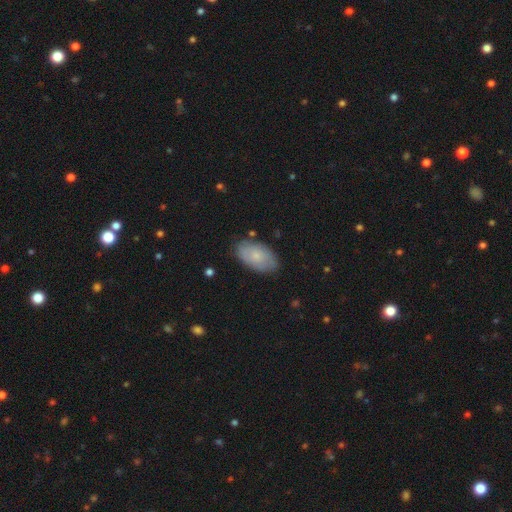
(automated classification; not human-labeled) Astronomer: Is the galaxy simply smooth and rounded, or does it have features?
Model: smooth — 70%.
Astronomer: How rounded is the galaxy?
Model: in between — 94%.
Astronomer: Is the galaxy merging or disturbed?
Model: none — 79%.